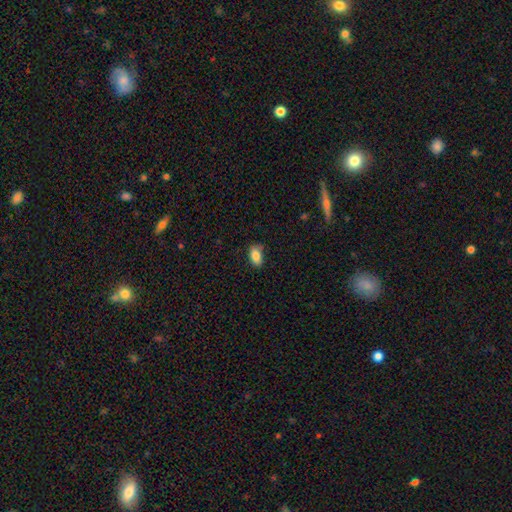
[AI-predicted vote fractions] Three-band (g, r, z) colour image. It shows a smooth galaxy with no disk features (86%) that is in between round and cigar-shaped (91%). Merging: none (72%).